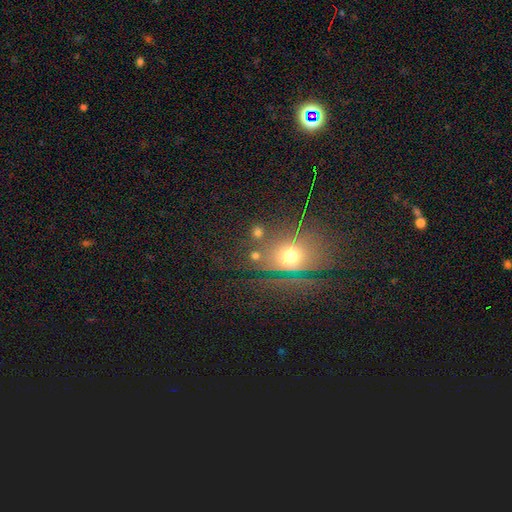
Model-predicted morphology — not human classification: Q: Smooth or featured?
A: smooth (43%); runner-up: star or artifact (40%)
Q: Merging?
A: none (74%); runner-up: minor disturbance (13%)